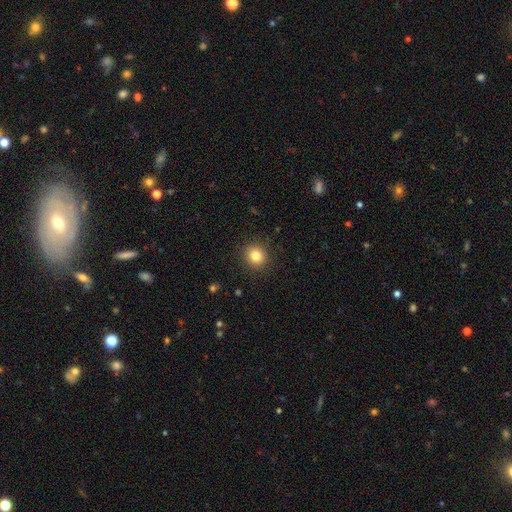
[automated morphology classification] A smooth galaxy with no disk features (82%) that is round (89%).

Vote fractions:
- Smooth or featured? smooth: 82% / star or artifact: 11% / featured or disk: 6%
- How rounded? round: 89% / in between: 10% / cigar-shaped: 1%
- Merging? none: 91% / minor disturbance: 6% / major disturbance: 2% / merger: 1%